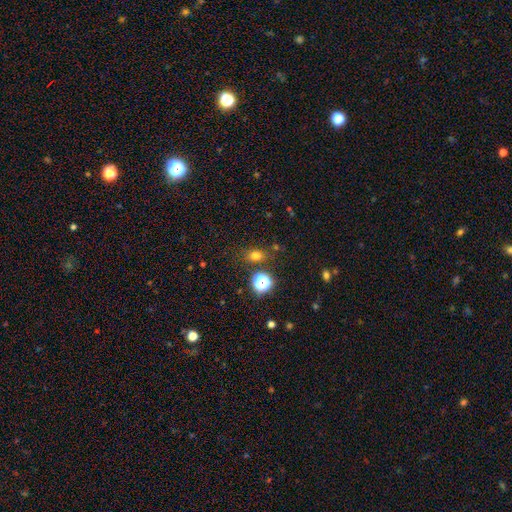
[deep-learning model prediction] A smooth galaxy with no disk features (71%) that is in between round and cigar-shaped (50%).

Vote fractions:
- Smooth or featured? smooth: 71% / star or artifact: 22% / featured or disk: 7%
- How rounded? in between: 50% / round: 48% / cigar-shaped: 2%
- Merging? none: 77% / minor disturbance: 13% / merger: 6% / major disturbance: 5%